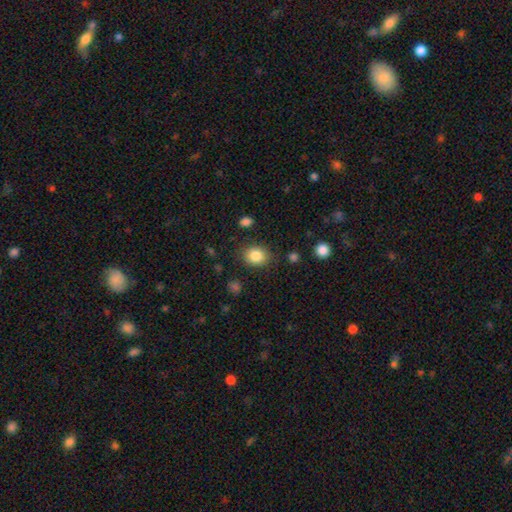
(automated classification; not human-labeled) The model was most divided on "how rounded": round: 56%, in between: 43%, cigar-shaped: 1%. More confident: smooth or featured — smooth (84%); merging — none (83%).